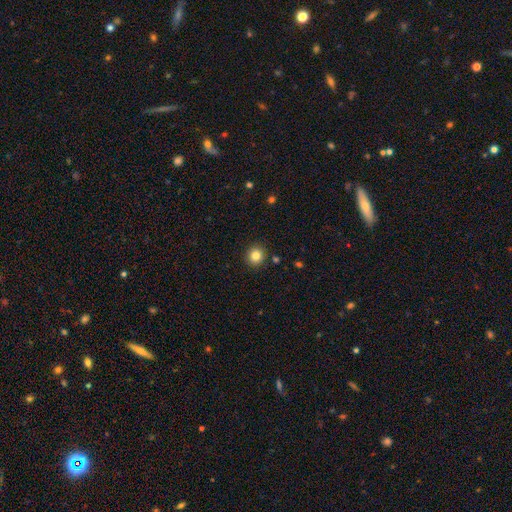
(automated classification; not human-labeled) Q: Smooth or featured?
A: smooth (83%); runner-up: star or artifact (11%)
Q: How rounded?
A: round (91%); runner-up: in between (8%)
Q: Merging?
A: none (91%); runner-up: minor disturbance (6%)